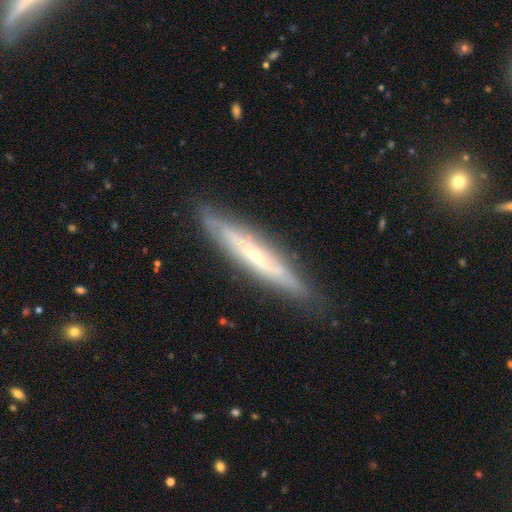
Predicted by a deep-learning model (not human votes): Smooth or featured? Predicted: featured or disk (p=0.70). Edge-on disk? Predicted: yes (p=0.77). Edge-on bulge? Predicted: rounded (p=0.63). Merging? Predicted: none (p=0.83).